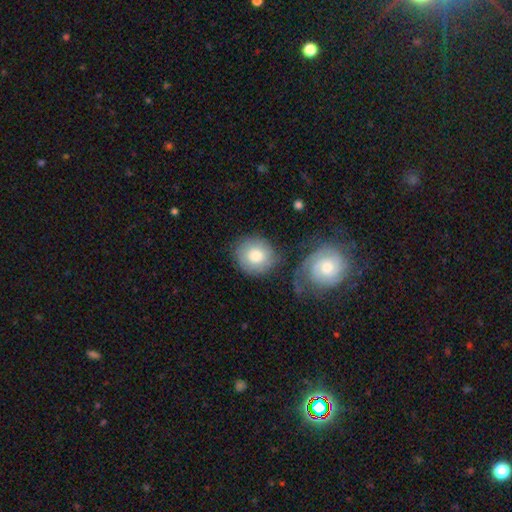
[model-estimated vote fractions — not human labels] Morphology: type=smooth (70%); roundness=round (84%); merging=none (69%).